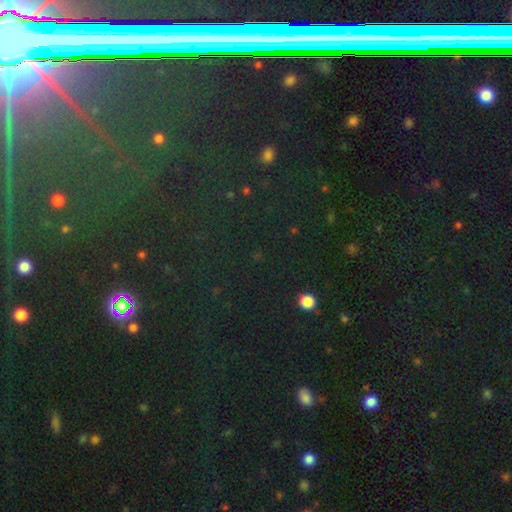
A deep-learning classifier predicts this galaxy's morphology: Smooth or featured? star or artifact (73%)